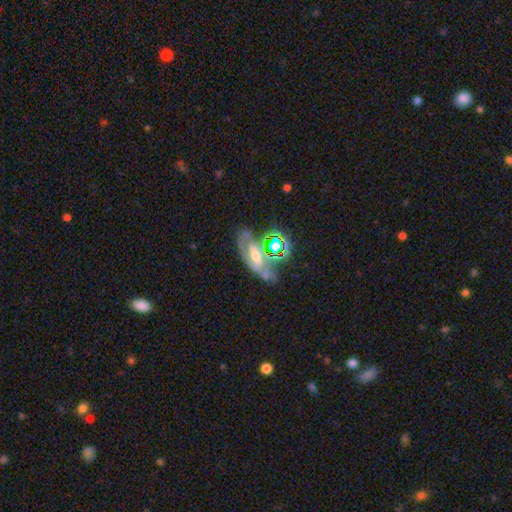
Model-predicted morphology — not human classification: type=featured or disk (63%); edge-on=no (88%); bar=strong (41%); spiral arms=yes (76%); bulge=moderate (50%); merging=none (48%).